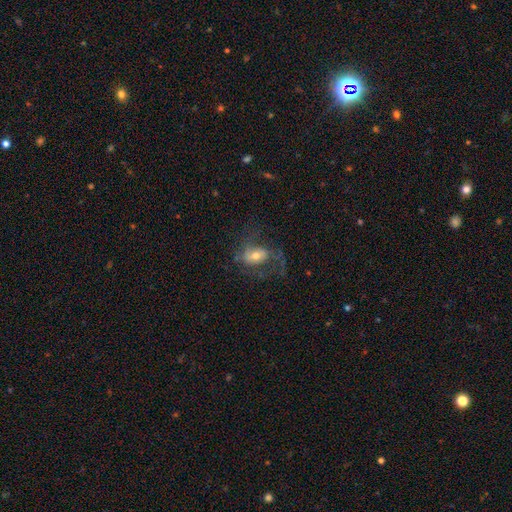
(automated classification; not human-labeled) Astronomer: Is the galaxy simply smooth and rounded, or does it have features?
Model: featured or disk — 54% (runner-up: smooth, 36%).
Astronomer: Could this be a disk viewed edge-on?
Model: no — 95%.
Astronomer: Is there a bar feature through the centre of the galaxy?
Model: no — 58%.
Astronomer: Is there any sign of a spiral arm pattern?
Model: yes — 69%.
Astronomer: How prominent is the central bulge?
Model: moderate — 63%.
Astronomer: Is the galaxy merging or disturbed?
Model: none — 44% (runner-up: major disturbance, 34%).